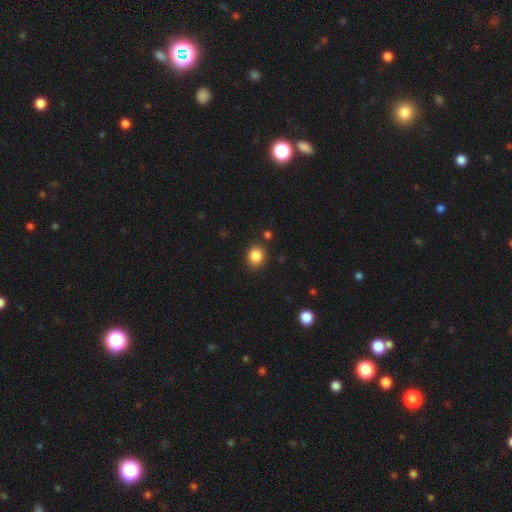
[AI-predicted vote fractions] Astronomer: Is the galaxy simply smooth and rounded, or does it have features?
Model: smooth — 86%.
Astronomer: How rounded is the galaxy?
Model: round — 69%.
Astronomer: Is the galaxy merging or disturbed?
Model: none — 85%.